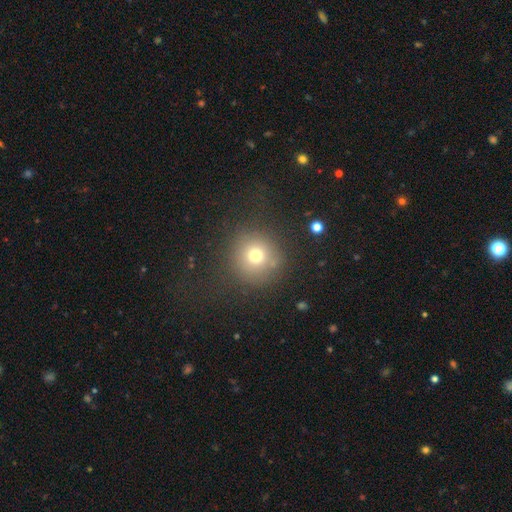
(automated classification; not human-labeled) A smooth galaxy with no disk features (72%) that is round (93%).

Vote fractions:
- Smooth or featured? smooth: 72% / star or artifact: 17% / featured or disk: 12%
- How rounded? round: 93% / in between: 6% / cigar-shaped: 1%
- Merging? none: 81% / minor disturbance: 10% / major disturbance: 6% / merger: 3%